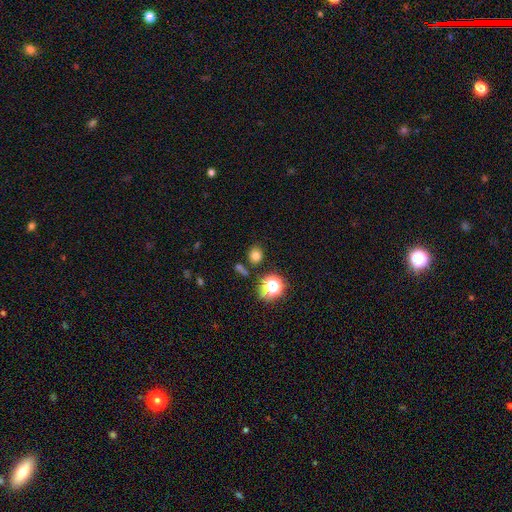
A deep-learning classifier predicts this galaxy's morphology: smooth 73%, star or artifact 20%, featured or disk 6%. Down the decision tree: how rounded — round (77%); merging — none (82%).